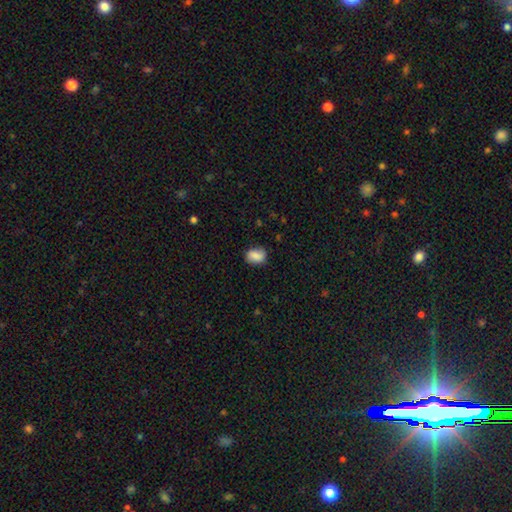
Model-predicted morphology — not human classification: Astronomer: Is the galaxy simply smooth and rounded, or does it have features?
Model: smooth — 82%.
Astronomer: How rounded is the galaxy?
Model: in between — 71%.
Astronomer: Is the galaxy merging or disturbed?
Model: none — 78%.